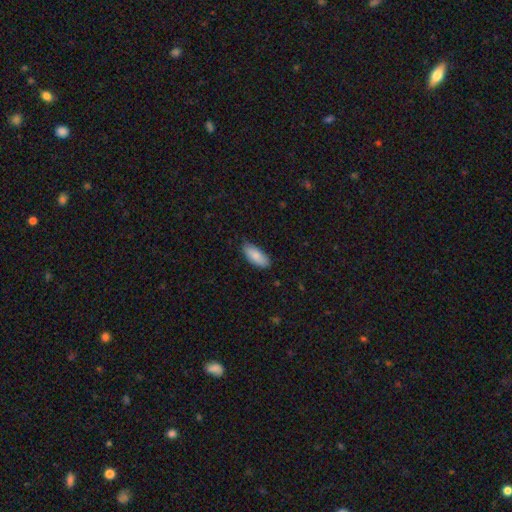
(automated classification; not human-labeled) Overall: smooth (85%). How rounded: in between (84%). Merging: none (81%).